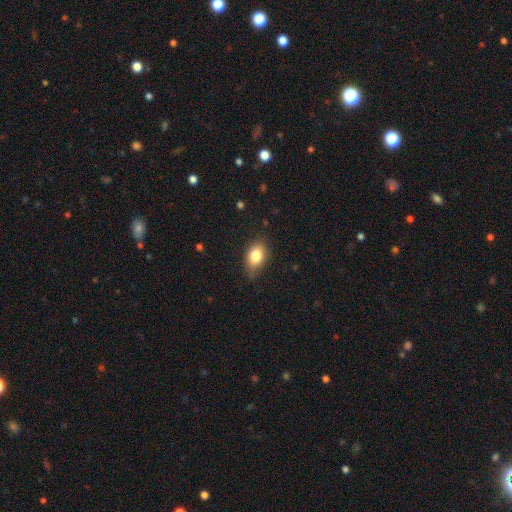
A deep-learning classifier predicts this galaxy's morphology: Overall: smooth (81%). How rounded: in between (84%). Merging: none (75%).